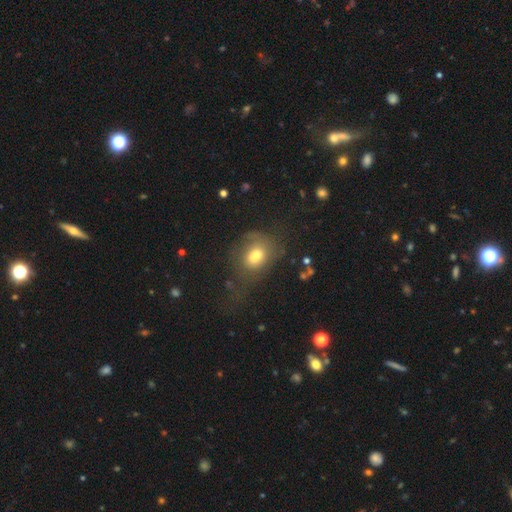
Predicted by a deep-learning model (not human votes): The model was most divided on "how rounded": in between: 52%, round: 47%, cigar-shaped: 1%. Remaining: smooth or featured — smooth (67%); merging — none (43%).